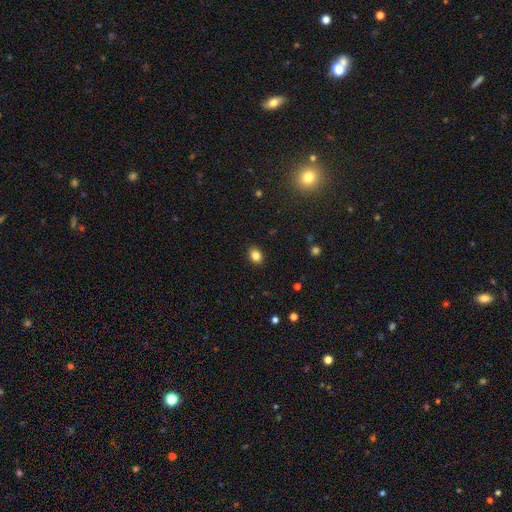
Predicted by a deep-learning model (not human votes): Overall: smooth (85%). How rounded: in between (58%; round 41%). Merging: none (90%).